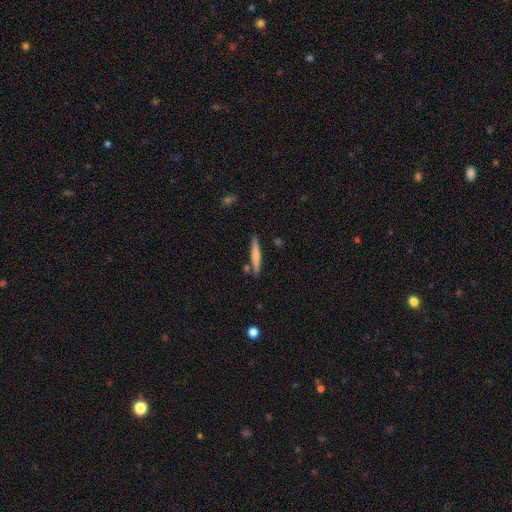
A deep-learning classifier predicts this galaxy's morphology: smooth_or_featured: smooth (p=0.62) [alt: featured or disk p=0.33]
how_rounded: cigar-shaped (p=0.93) [alt: in between p=0.05]
merging: none (p=0.84) [alt: minor disturbance p=0.09]